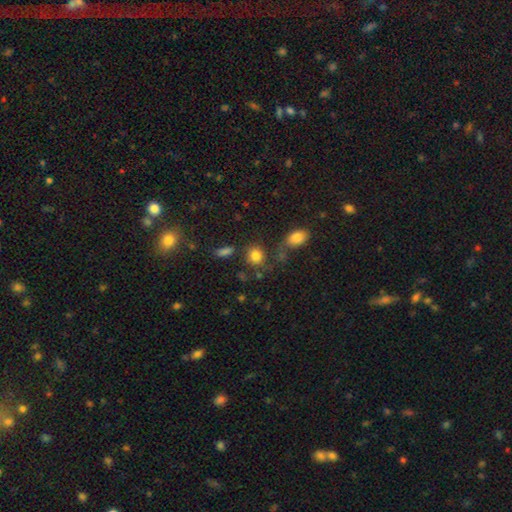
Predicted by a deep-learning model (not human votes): Smooth or featured? smooth (83%)
How rounded? round (75%)
Merging? none (69%)